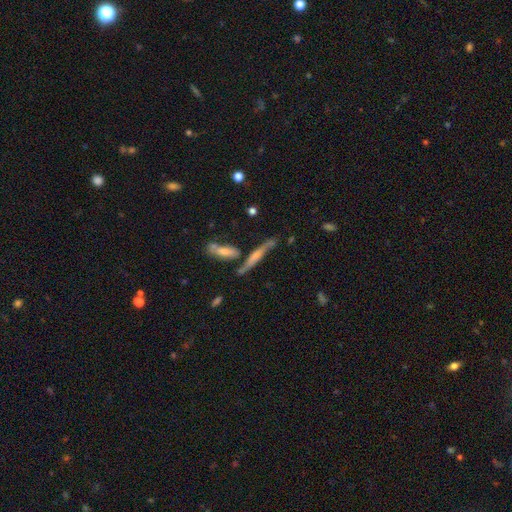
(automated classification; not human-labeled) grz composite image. It shows a featured or disk galaxy (62%) viewed edge-on (86%) with a rounded central bulge (58%). Merging: none (60%).